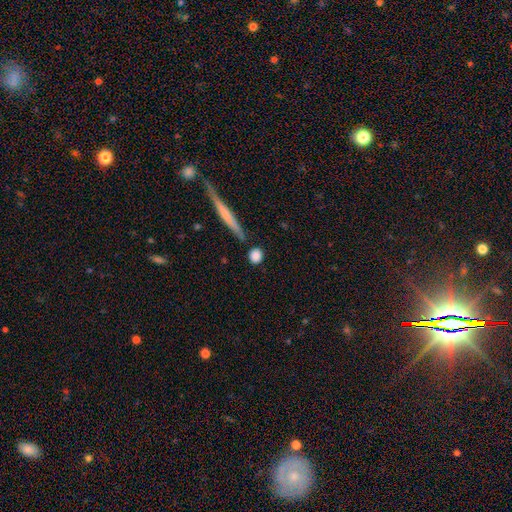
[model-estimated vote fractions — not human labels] Overall: smooth (85%). How rounded: round (81%). Merging: none (81%).